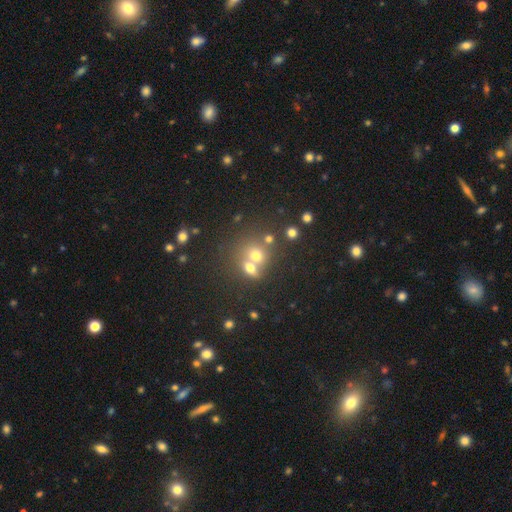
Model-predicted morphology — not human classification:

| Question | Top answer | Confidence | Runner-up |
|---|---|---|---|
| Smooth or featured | smooth | 67% | featured or disk (17%) |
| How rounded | round | 72% | in between (27%) |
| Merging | merger | 53% | none (36%) |